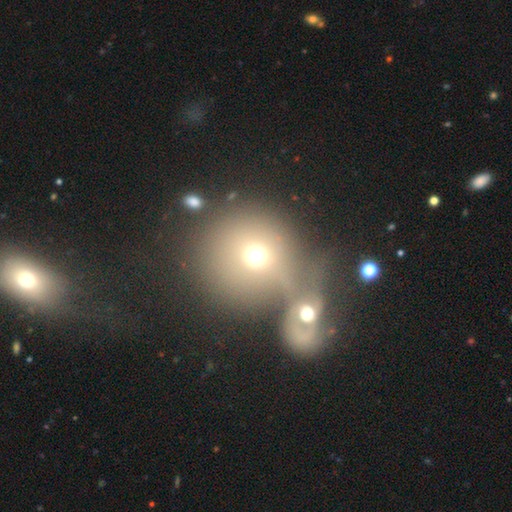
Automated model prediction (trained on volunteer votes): This is likely a smooth galaxy (63%). How rounded: clearly round (86%). Merging: possibly merger (53%).